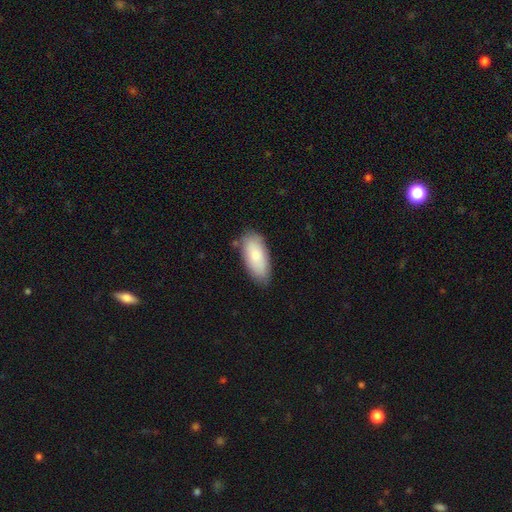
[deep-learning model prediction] Overall: smooth (82%). How rounded: in between (90%). Merging: none (76%).